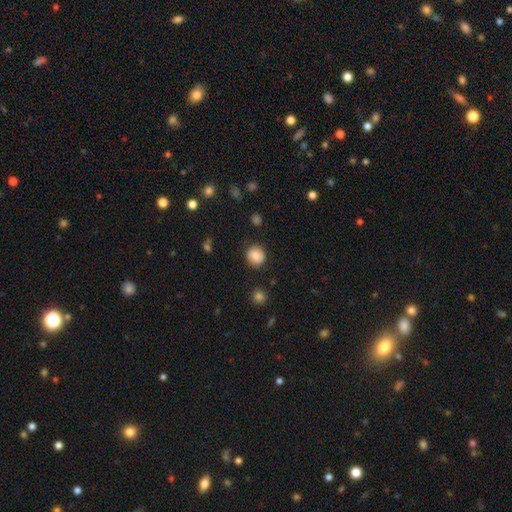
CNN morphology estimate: smooth 83%, star or artifact 9%, featured or disk 8%. Down the decision tree: how rounded — round (86%); merging — none (85%).